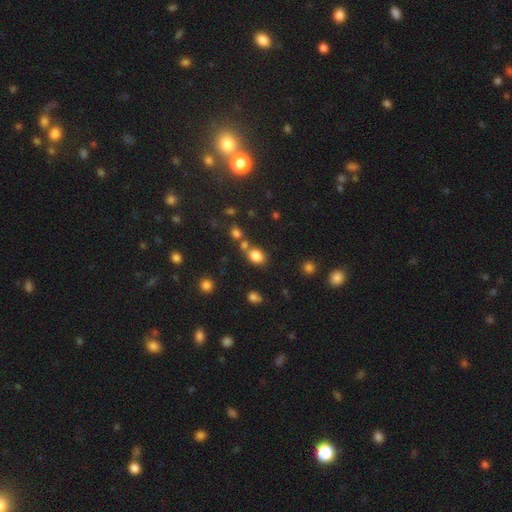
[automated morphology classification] Smooth or featured?
  - smooth: 80% *
  - star or artifact: 13%
  - featured or disk: 7%
How rounded?
  - in between: 65% *
  - round: 34%
  - cigar-shaped: 1%
Merging?
  - none: 59% *
  - merger: 24%
  - minor disturbance: 13%
  - major disturbance: 4%